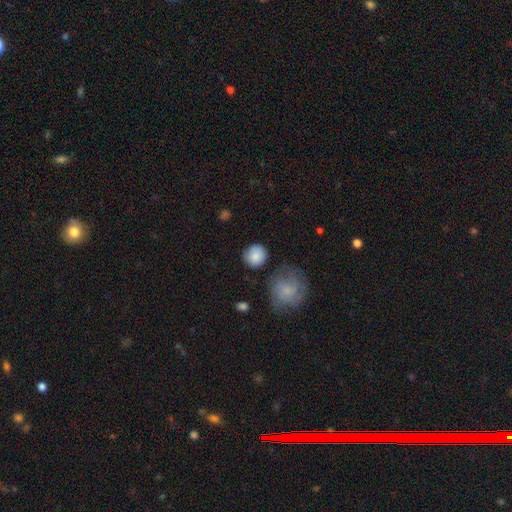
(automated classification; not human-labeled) A smooth galaxy with no disk features (83%) that is round (90%).

Vote fractions:
- Smooth or featured? smooth: 83% / featured or disk: 10% / star or artifact: 7%
- How rounded? round: 90% / in between: 9% / cigar-shaped: 1%
- Merging? none: 78% / minor disturbance: 13% / major disturbance: 5% / merger: 4%